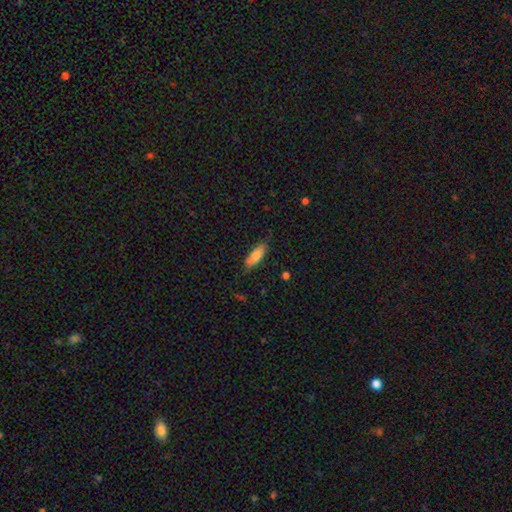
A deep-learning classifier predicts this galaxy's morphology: Smooth or featured?
  - smooth: 79% *
  - featured or disk: 15%
  - star or artifact: 6%
How rounded?
  - in between: 61% *
  - cigar-shaped: 38%
  - round: 2%
Merging?
  - none: 77% *
  - minor disturbance: 18%
  - major disturbance: 4%
  - merger: 1%